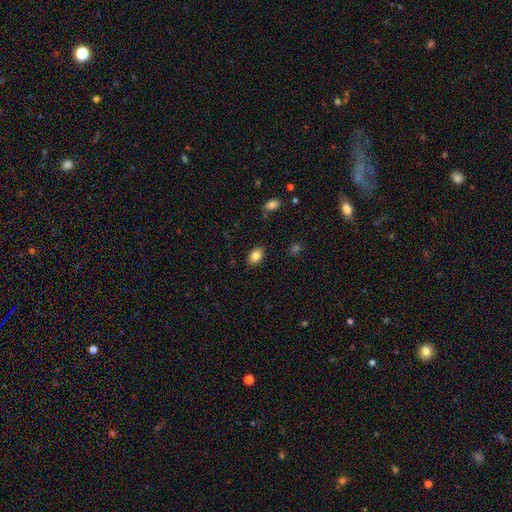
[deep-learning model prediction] This is clearly a smooth galaxy (84%). How rounded: clearly in between (81%). Merging: clearly none (86%).